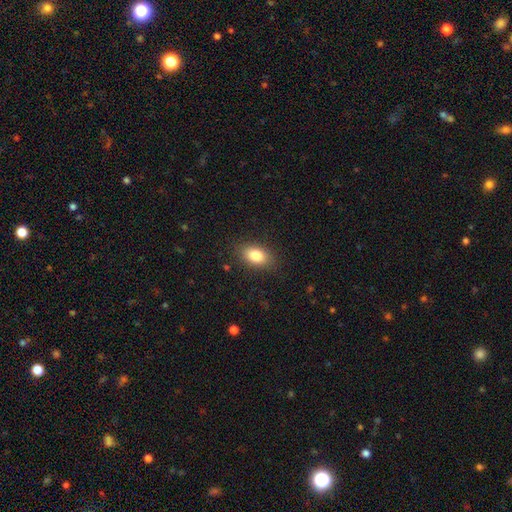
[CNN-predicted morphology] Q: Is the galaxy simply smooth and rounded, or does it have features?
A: smooth — 83%.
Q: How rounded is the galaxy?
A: in between — 86%.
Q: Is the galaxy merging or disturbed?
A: none — 86%.